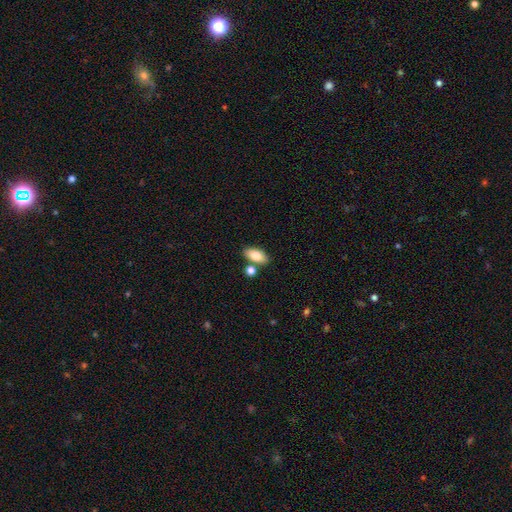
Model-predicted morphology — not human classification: This appears to be a smooth galaxy with no disk features (78%) that is in between round and cigar-shaped (90%). Merging: none (75%).